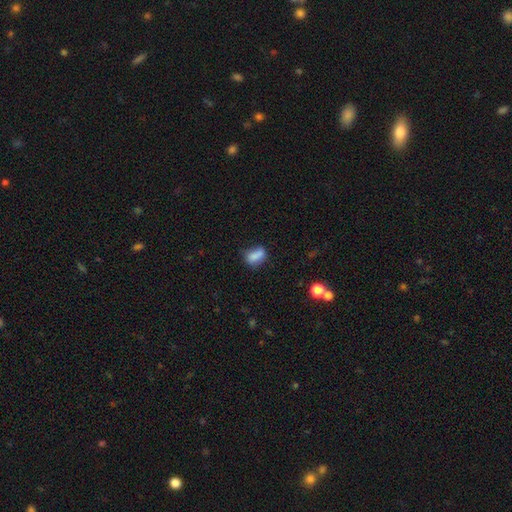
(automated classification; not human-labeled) Morphology: type=smooth (78%); roundness=in between (77%); merging=none (50%).